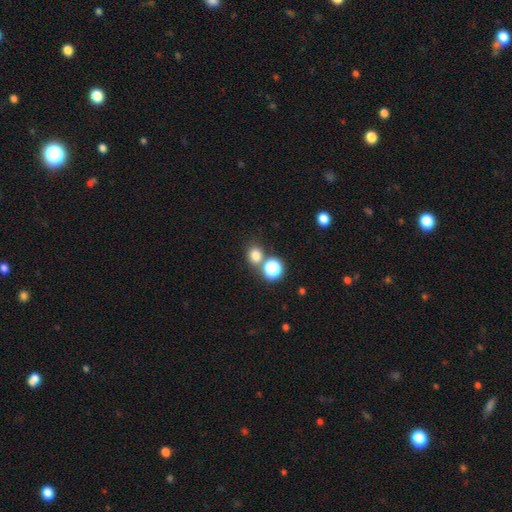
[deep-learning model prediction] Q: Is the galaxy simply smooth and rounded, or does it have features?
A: smooth — 76%.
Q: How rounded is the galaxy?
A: round — 70%.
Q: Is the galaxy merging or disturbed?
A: none — 69%.